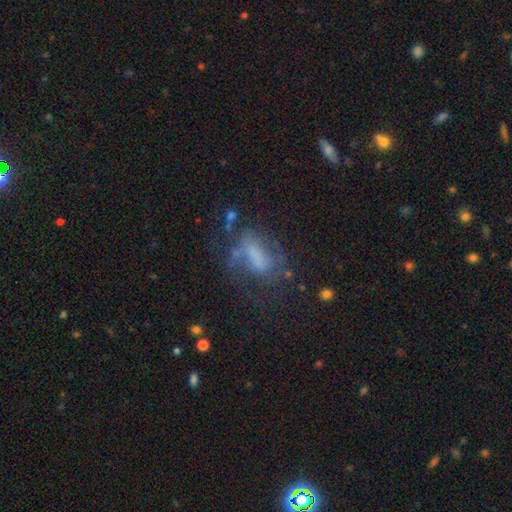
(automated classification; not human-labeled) The model was most divided on "smooth or featured": featured or disk: 44%, smooth: 41%, star or artifact: 15%. Remaining: merging — none (39%).